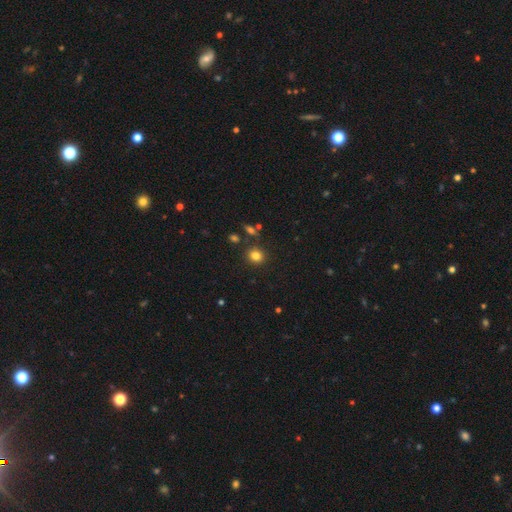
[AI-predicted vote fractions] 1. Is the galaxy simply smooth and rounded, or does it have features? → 81% smooth, 13% star or artifact, 5% featured or disk.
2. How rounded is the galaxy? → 80% round, 19% in between, 1% cigar-shaped.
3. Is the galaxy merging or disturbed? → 85% none, 8% minor disturbance, 4% merger, 3% major disturbance.